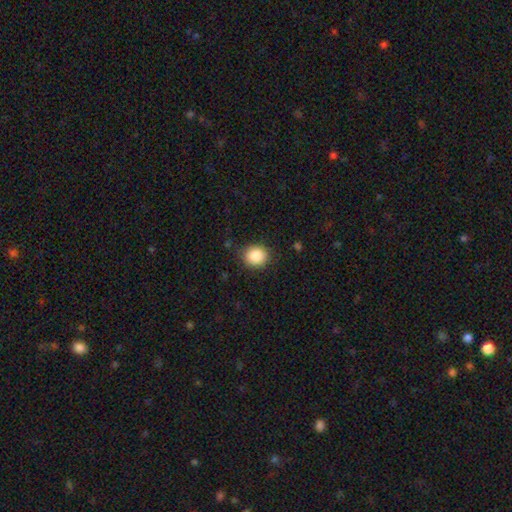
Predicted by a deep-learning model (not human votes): Smooth or featured? Predicted: smooth (p=0.88). How rounded? Predicted: round (p=0.81). Merging? Predicted: none (p=0.86).